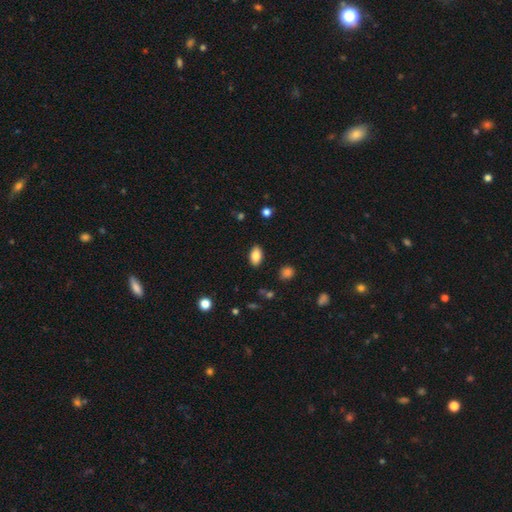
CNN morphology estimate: This appears to be a smooth galaxy with no disk features (84%) that is in between round and cigar-shaped (91%). Merging: none (88%).